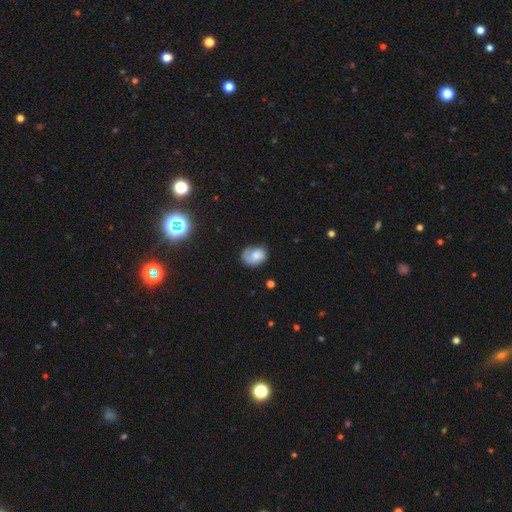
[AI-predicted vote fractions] Q: Smooth or featured?
A: smooth (58%); runner-up: featured or disk (33%)
Q: How rounded?
A: in between (63%); runner-up: round (36%)
Q: Merging?
A: none (53%); runner-up: minor disturbance (27%)